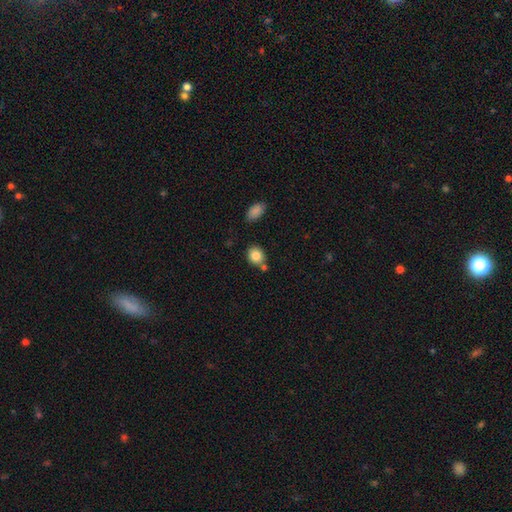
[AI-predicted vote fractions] This appears to be a smooth galaxy with no disk features (84%) that is round (65%). Merging: none (68%).